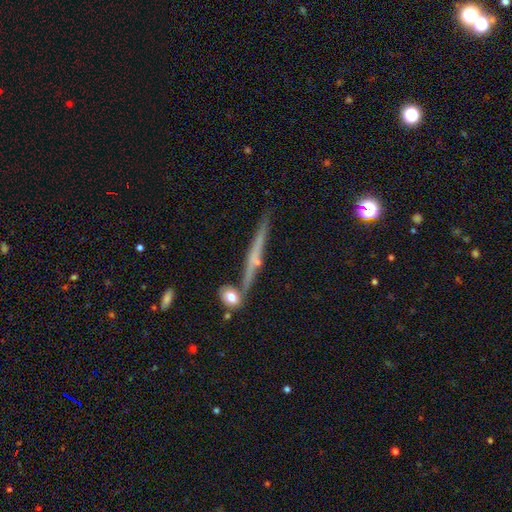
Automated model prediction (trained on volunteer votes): Overall: featured or disk (66%). Edge-on disk: yes (96%). Edge-on bulge: rounded (46%; none 45%). Merging: none (79%).